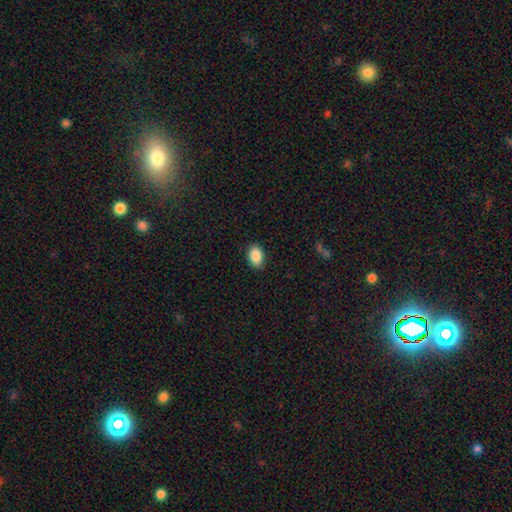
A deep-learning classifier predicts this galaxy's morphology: A smooth galaxy with no disk features (89%) that is in between round and cigar-shaped (83%). Merging: none (88%).